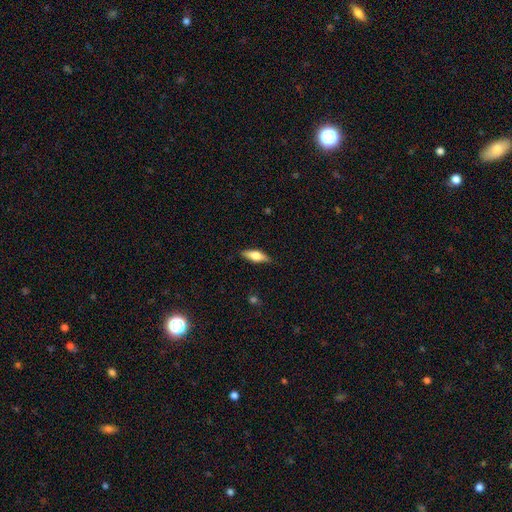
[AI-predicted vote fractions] smooth_or_featured: smooth (p=0.52) [alt: featured or disk p=0.41]
how_rounded: in between (p=0.55) [alt: cigar-shaped p=0.42]
merging: none (p=0.84) [alt: minor disturbance p=0.12]